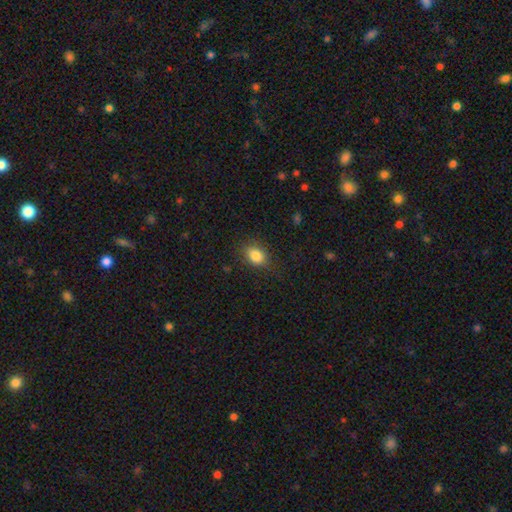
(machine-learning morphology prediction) The model was most divided on "how rounded": in between: 65%, round: 34%, cigar-shaped: 1%. More confident: smooth or featured — smooth (84%); merging — none (80%).